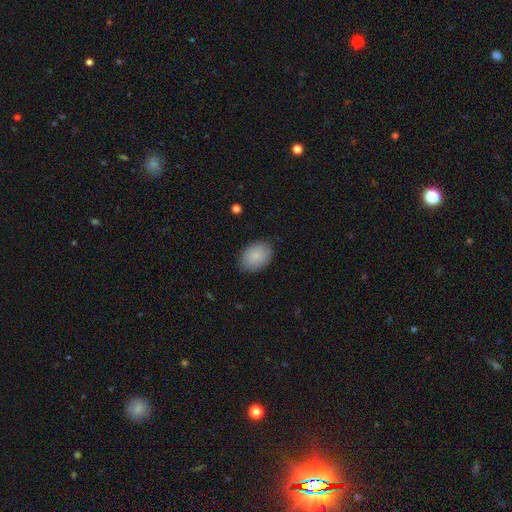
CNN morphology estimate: Overall: smooth (87%). How rounded: in between (81%). Merging: none (84%).